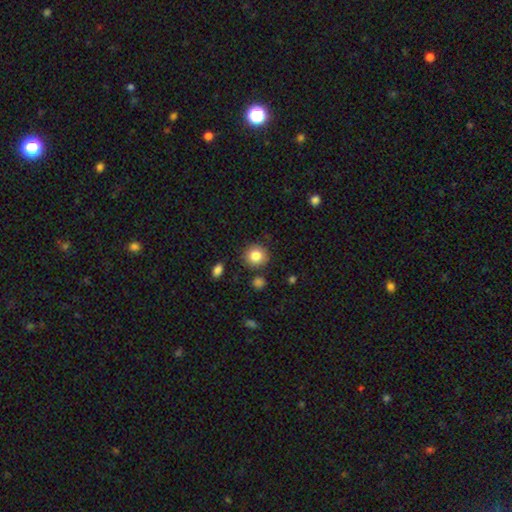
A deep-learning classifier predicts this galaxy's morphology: smooth-or-featured: smooth: 83% | star or artifact: 9% | featured or disk: 8%
  how-rounded: round: 89% | in between: 10% | cigar-shaped: 1%
  merging: none: 86% | minor disturbance: 8% | merger: 3% | major disturbance: 2%